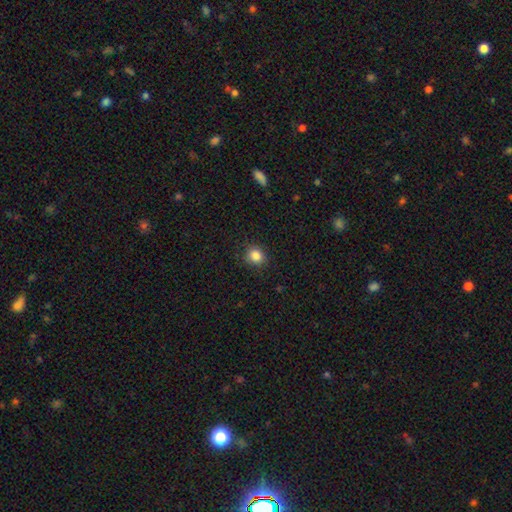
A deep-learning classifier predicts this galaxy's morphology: Q: Smooth or featured?
A: smooth (85%); runner-up: star or artifact (11%)
Q: How rounded?
A: round (76%); runner-up: in between (23%)
Q: Merging?
A: none (87%); runner-up: minor disturbance (9%)